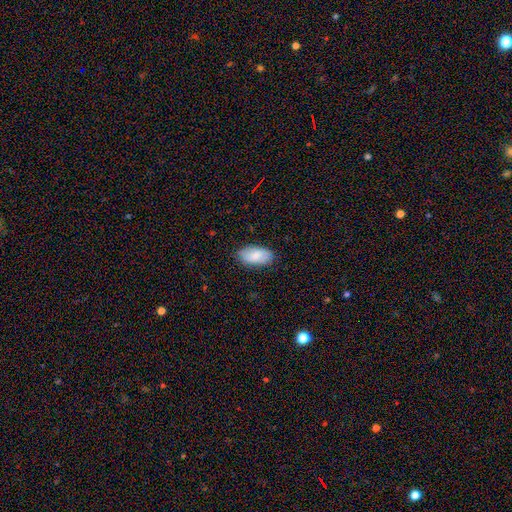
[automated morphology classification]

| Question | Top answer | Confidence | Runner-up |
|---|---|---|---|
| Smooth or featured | smooth | 84% | featured or disk (10%) |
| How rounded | in between | 94% | cigar-shaped (4%) |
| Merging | none | 82% | minor disturbance (15%) |